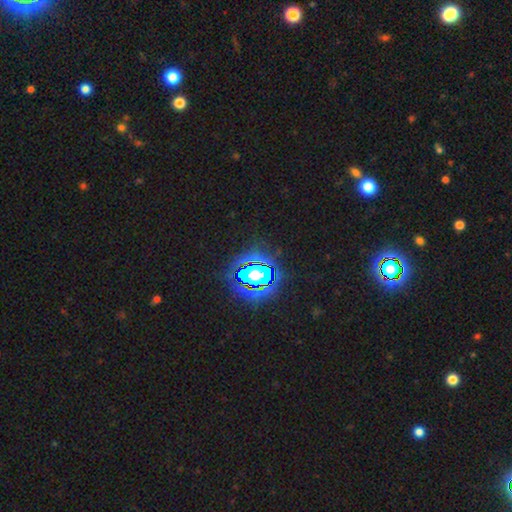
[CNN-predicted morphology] smooth_or_featured: star or artifact (p=0.83) [alt: smooth p=0.10]